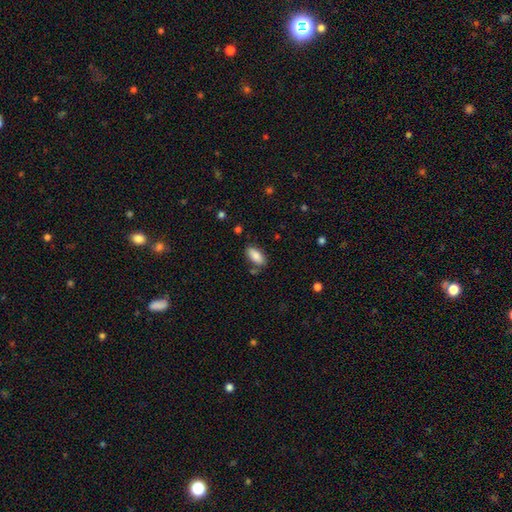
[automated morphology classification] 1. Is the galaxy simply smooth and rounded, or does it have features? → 85% smooth, 8% featured or disk, 7% star or artifact.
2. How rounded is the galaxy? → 87% in between, 11% cigar-shaped, 2% round.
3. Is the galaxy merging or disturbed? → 77% none, 14% minor disturbance, 6% merger, 3% major disturbance.